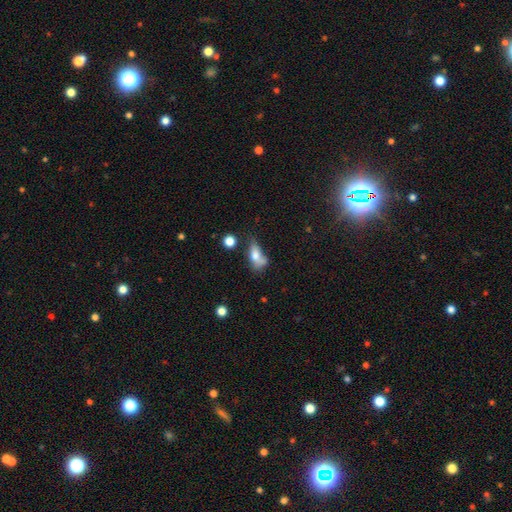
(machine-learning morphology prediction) This is likely a smooth galaxy (68%). How rounded: likely in between (76%). Merging: marginally none (27%).